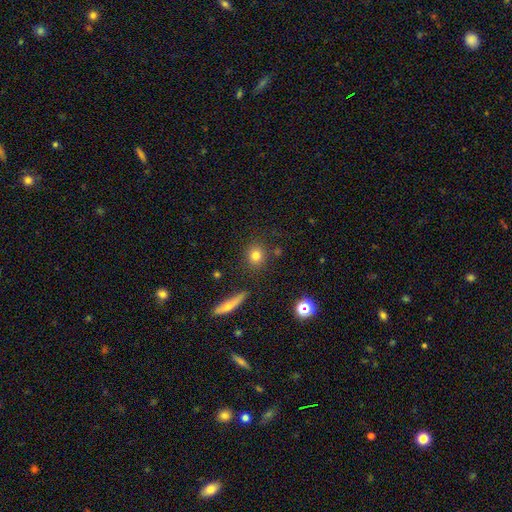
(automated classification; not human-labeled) A smooth galaxy with no disk features (78%) that is round (82%).

Vote fractions:
- Smooth or featured? smooth: 78% / star or artifact: 12% / featured or disk: 10%
- How rounded? round: 82% / in between: 15% / cigar-shaped: 2%
- Merging? none: 84% / minor disturbance: 9% / merger: 4% / major disturbance: 3%